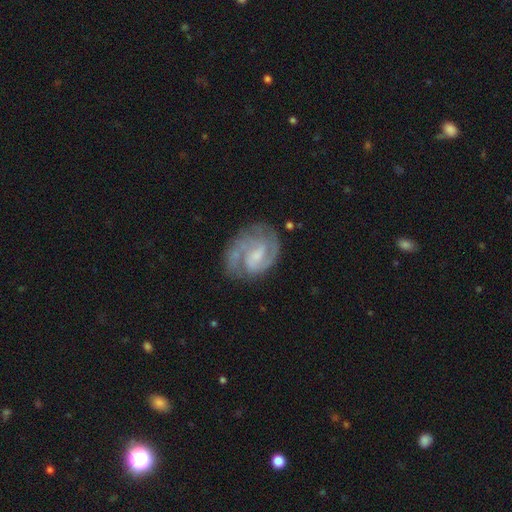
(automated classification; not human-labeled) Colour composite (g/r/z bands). It shows a featured or disk galaxy (85%) with a weak bar (56%), 2 (71%) medium (46%) spiral arms (96%) and a small central bulge (45%). Merging: none (69%).